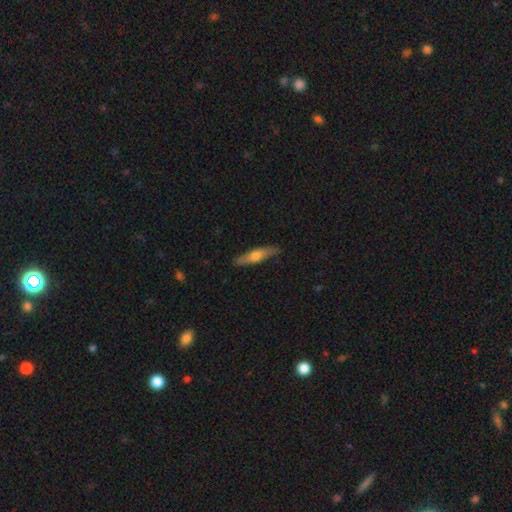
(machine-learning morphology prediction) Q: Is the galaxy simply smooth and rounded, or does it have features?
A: smooth — 54%.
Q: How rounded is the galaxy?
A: cigar-shaped — 75%.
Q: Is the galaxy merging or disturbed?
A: none — 86%.